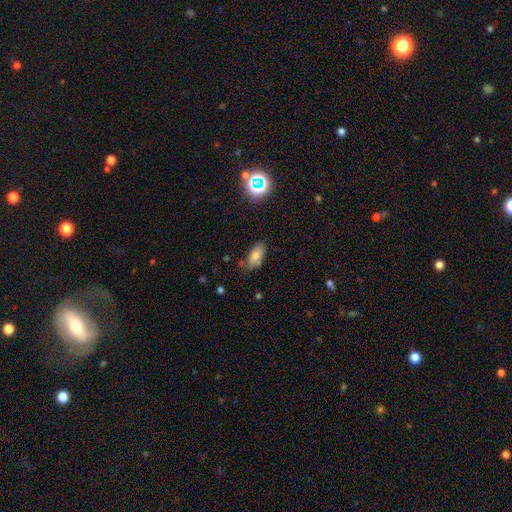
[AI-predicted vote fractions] Smooth or featured?
  - smooth: 75% *
  - featured or disk: 13%
  - star or artifact: 12%
How rounded?
  - in between: 88% *
  - cigar-shaped: 7%
  - round: 4%
Merging?
  - none: 74% *
  - minor disturbance: 18%
  - major disturbance: 4%
  - merger: 4%